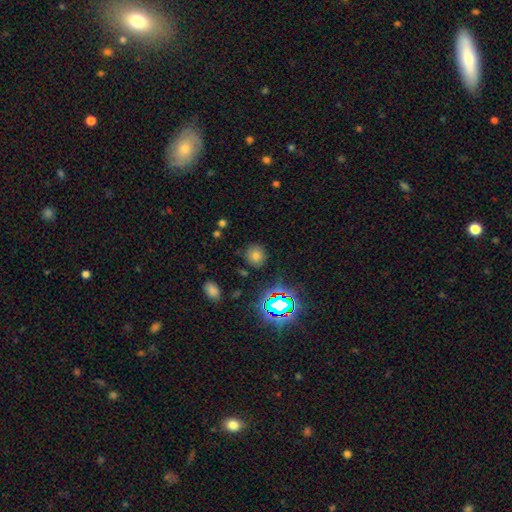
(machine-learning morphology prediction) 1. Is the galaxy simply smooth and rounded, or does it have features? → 62% smooth, 29% star or artifact, 9% featured or disk.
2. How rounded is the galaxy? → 89% round, 10% in between, 1% cigar-shaped.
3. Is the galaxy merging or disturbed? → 85% none, 9% minor disturbance, 3% major disturbance, 2% merger.